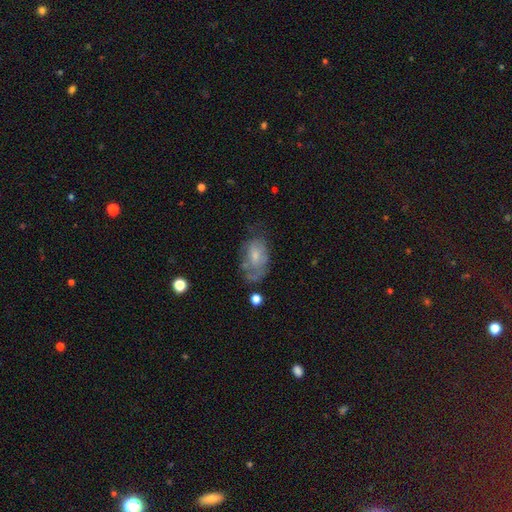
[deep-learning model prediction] Q: Smooth or featured?
A: smooth (49%); runner-up: featured or disk (42%)
Q: Merging?
A: none (39%); runner-up: minor disturbance (31%)